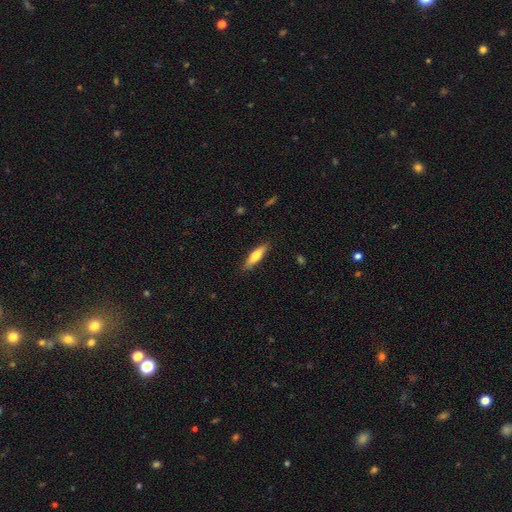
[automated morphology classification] smooth-or-featured: smooth: 68% | featured or disk: 26% | star or artifact: 6%
  how-rounded: cigar-shaped: 70% | in between: 28% | round: 2%
  merging: none: 85% | minor disturbance: 11% | major disturbance: 2% | merger: 1%